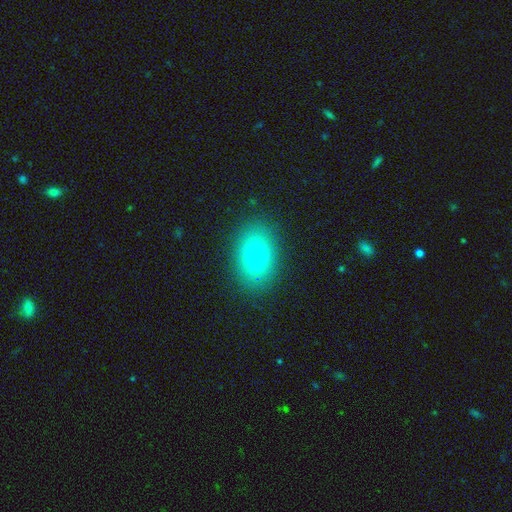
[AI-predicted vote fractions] smooth 76%, featured or disk 12%, star or artifact 11%. Down the decision tree: how rounded — in between (81%); merging — none (87%).